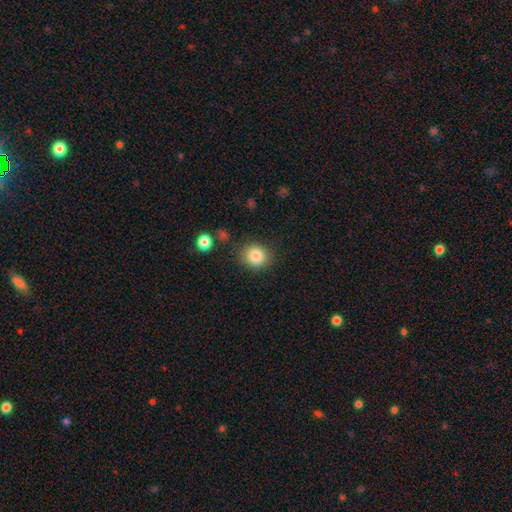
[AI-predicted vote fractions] A smooth galaxy with no disk features (85%) that is round (80%). Merging: none (82%).